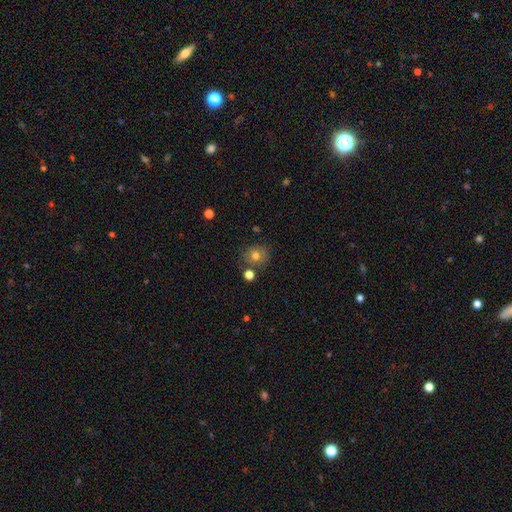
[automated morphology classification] The model was most divided on "smooth or featured": smooth: 70%, featured or disk: 17%, star or artifact: 13%. More confident: how rounded — round (83%); merging — none (72%).